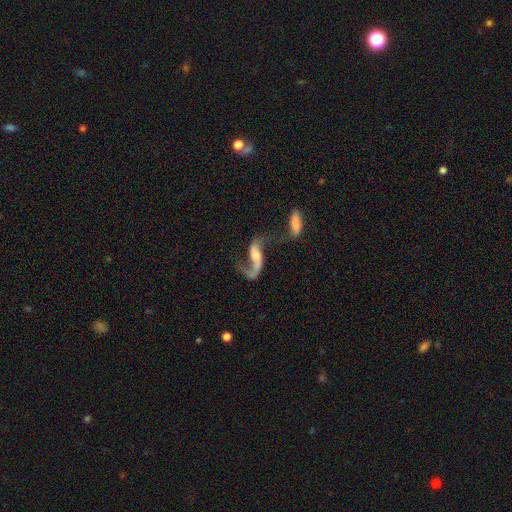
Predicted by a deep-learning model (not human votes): Q: Smooth or featured?
A: featured or disk (78%); runner-up: smooth (15%)
Q: Edge-on disk?
A: no (91%); runner-up: yes (9%)
Q: Bar?
A: no (40%); runner-up: weak (38%)
Q: Spiral arms?
A: yes (89%); runner-up: no (11%)
Q: Spiral winding?
A: loose (90%); runner-up: medium (8%)
Q: Spiral arm count?
A: 2 (64%); runner-up: 1 (32%)
Q: Bulge size?
A: moderate (44%); runner-up: small (30%)
Q: Merging?
A: none (30%); runner-up: merger (29%)